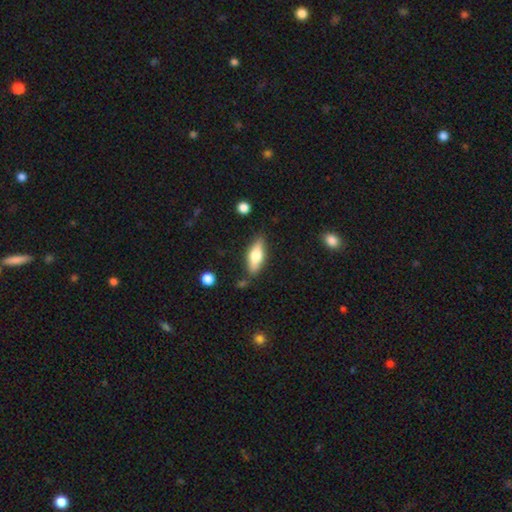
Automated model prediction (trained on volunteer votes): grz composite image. It shows a smooth galaxy with no disk features (61%) that is in between round and cigar-shaped (69%). Merging: none (80%).